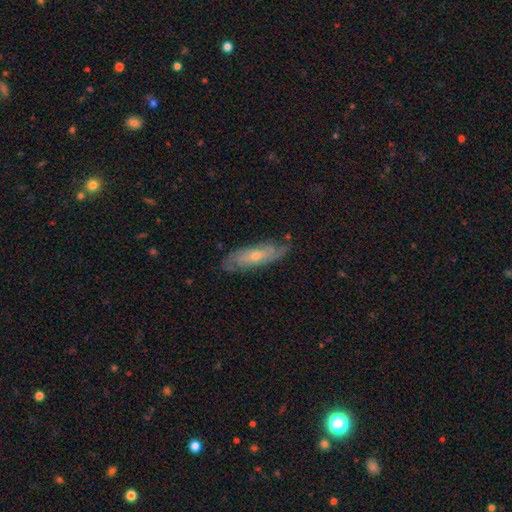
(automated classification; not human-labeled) This appears to be a featured or disk galaxy (69%) with no bar (73%), spiral arms (85%) and a small central bulge (55%). Merging: none (75%).